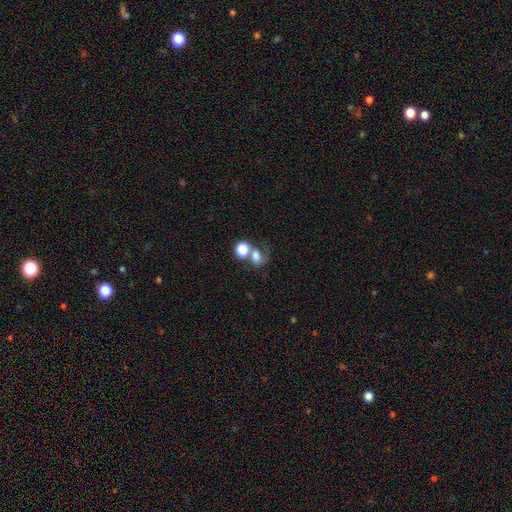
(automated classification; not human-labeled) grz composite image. It shows a smooth galaxy with no disk features (61%) that is round (53%). Merging: merger (49%).